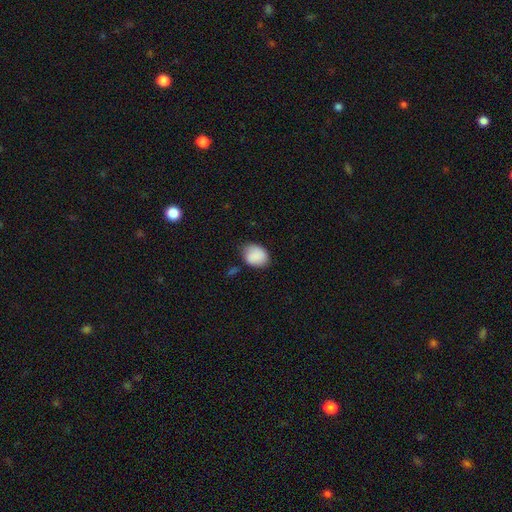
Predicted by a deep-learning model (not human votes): A smooth galaxy with no disk features (87%) that is in between round and cigar-shaped (61%).

Vote fractions:
- Smooth or featured? smooth: 87% / star or artifact: 7% / featured or disk: 6%
- How rounded? in between: 61% / round: 39% / cigar-shaped: 1%
- Merging? none: 66% / minor disturbance: 26% / major disturbance: 6% / merger: 3%